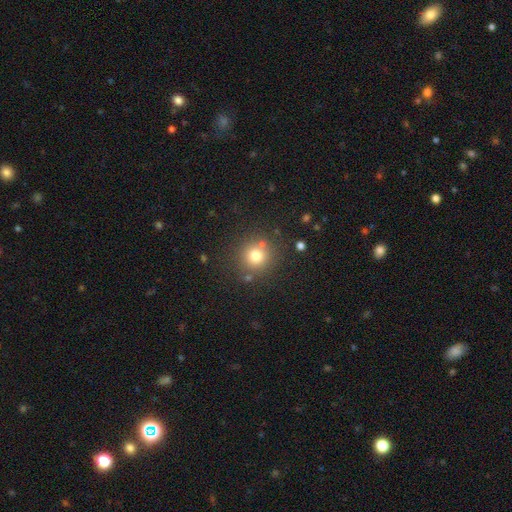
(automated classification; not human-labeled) Smooth or featured?
  - smooth: 75% *
  - star or artifact: 15%
  - featured or disk: 10%
How rounded?
  - round: 92% *
  - in between: 7%
  - cigar-shaped: 1%
Merging?
  - none: 81% *
  - minor disturbance: 9%
  - merger: 7%
  - major disturbance: 4%